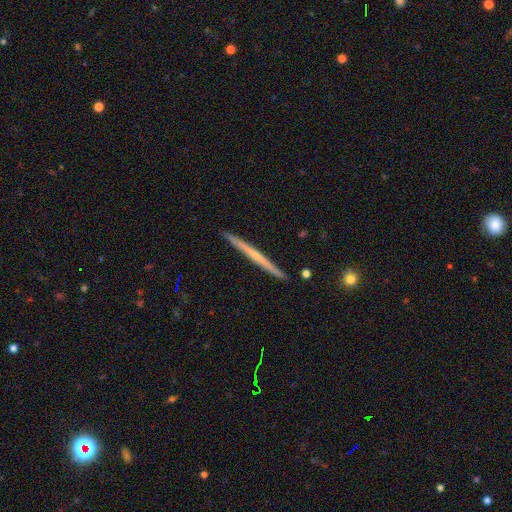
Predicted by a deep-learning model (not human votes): Smooth or featured?
  - featured or disk: 61% *
  - smooth: 33%
  - star or artifact: 6%
Edge-on disk?
  - yes: 98% *
  - no: 2%
Edge-on bulge?
  - none: 72% *
  - rounded: 24%
  - boxy: 4%
Merging?
  - none: 92% *
  - minor disturbance: 6%
  - merger: 1%
  - major disturbance: 1%